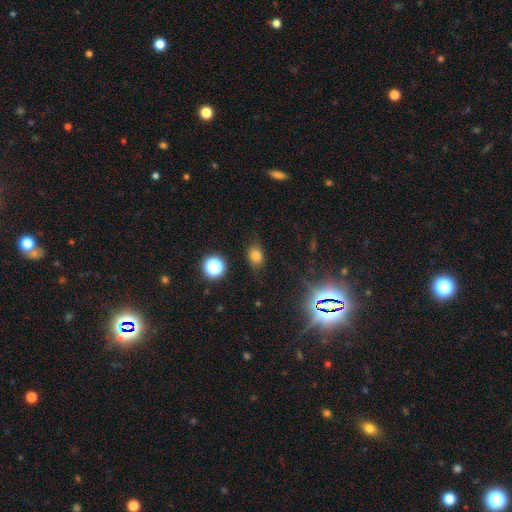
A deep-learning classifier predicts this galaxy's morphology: Smooth or featured?
  - smooth: 74% *
  - star or artifact: 18%
  - featured or disk: 8%
How rounded?
  - in between: 66% *
  - round: 32%
  - cigar-shaped: 2%
Merging?
  - none: 76% *
  - minor disturbance: 18%
  - major disturbance: 5%
  - merger: 2%